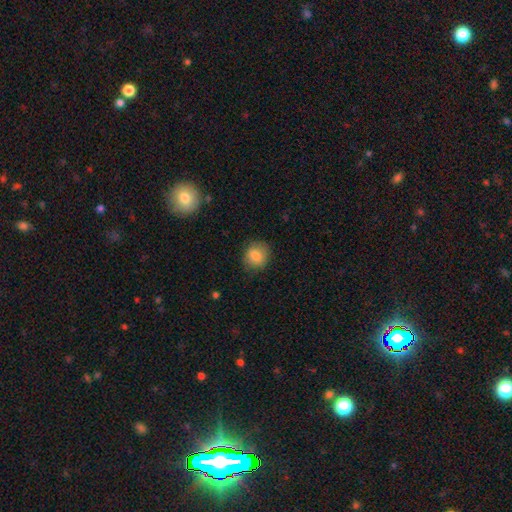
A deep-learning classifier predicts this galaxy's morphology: A smooth galaxy with no disk features (81%) that is round (74%).

Vote fractions:
- Smooth or featured? smooth: 81% / featured or disk: 10% / star or artifact: 9%
- How rounded? round: 74% / in between: 25% / cigar-shaped: 1%
- Merging? none: 79% / minor disturbance: 15% / major disturbance: 4% / merger: 1%